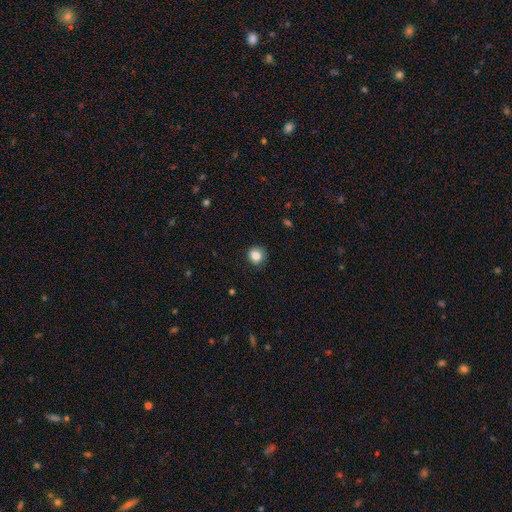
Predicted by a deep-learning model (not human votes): This is clearly a smooth galaxy (85%). How rounded: clearly round (82%). Merging: likely none (79%).